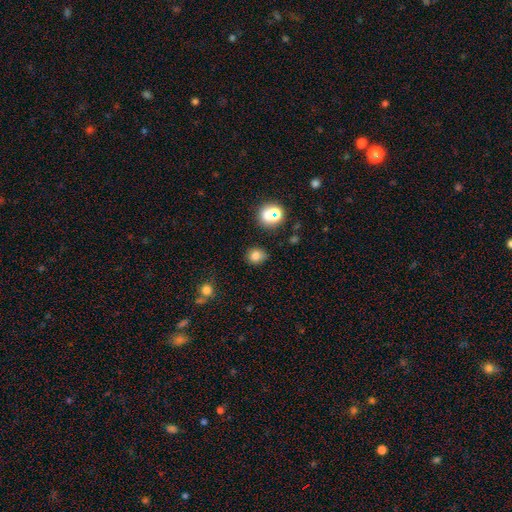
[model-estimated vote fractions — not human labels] smooth_or_featured: smooth (p=0.78) [alt: star or artifact p=0.16]
how_rounded: round (p=0.72) [alt: in between p=0.27]
merging: none (p=0.84) [alt: minor disturbance p=0.11]